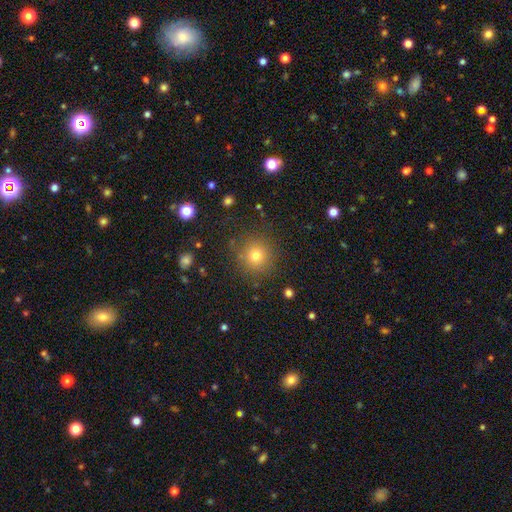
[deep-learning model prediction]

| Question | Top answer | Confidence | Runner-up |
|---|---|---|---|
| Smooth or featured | smooth | 75% | star or artifact (16%) |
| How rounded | round | 93% | in between (6%) |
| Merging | none | 86% | minor disturbance (8%) |